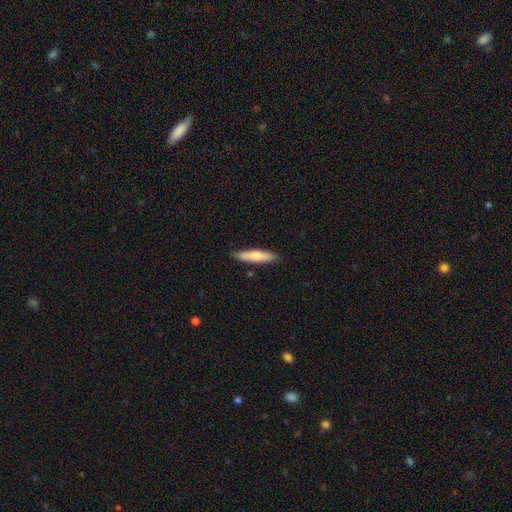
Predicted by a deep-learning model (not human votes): Q: Smooth or featured?
A: smooth (72%); runner-up: featured or disk (22%)
Q: How rounded?
A: cigar-shaped (82%); runner-up: in between (17%)
Q: Merging?
A: none (86%); runner-up: minor disturbance (10%)